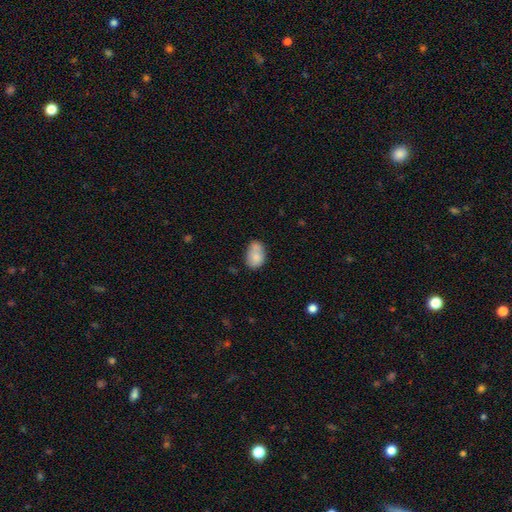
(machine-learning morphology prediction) smooth_or_featured: smooth (p=0.79) [alt: featured or disk p=0.14]
how_rounded: in between (p=0.81) [alt: round p=0.17]
merging: none (p=0.48) [alt: minor disturbance p=0.25]